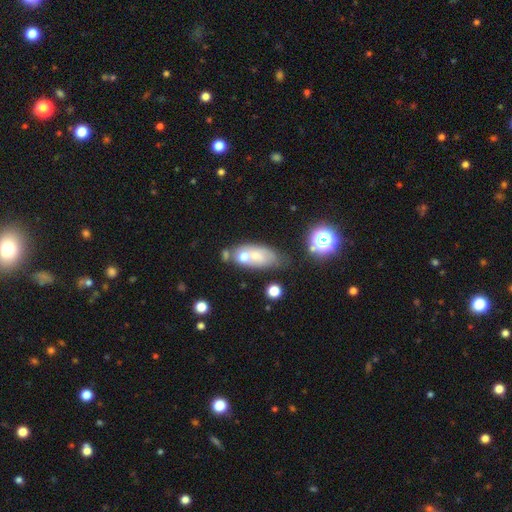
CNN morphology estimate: Smooth or featured?
  - smooth: 55% *
  - featured or disk: 32%
  - star or artifact: 12%
How rounded?
  - in between: 81% *
  - round: 10%
  - cigar-shaped: 9%
Merging?
  - none: 37% *
  - merger: 33%
  - minor disturbance: 19%
  - major disturbance: 10%